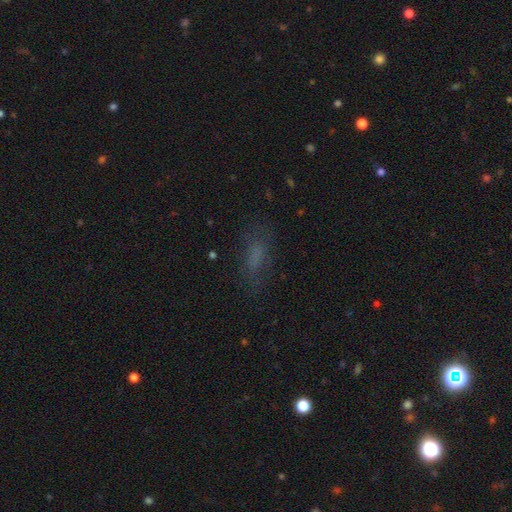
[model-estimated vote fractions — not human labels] Smooth or featured?
  - smooth: 59% *
  - star or artifact: 21%
  - featured or disk: 20%
How rounded?
  - in between: 60% *
  - cigar-shaped: 35%
  - round: 5%
Merging?
  - none: 67% *
  - minor disturbance: 18%
  - major disturbance: 12%
  - merger: 2%